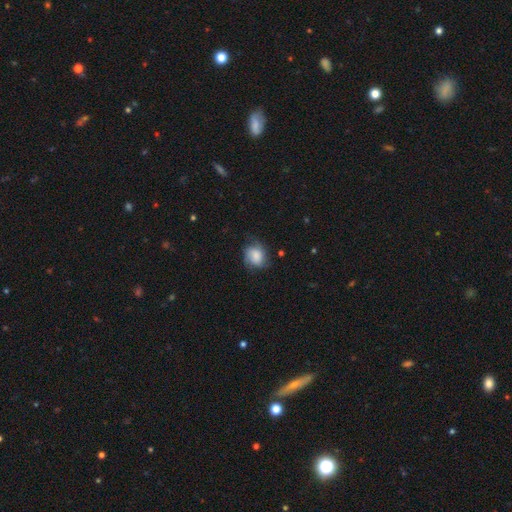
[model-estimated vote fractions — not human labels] Smooth or featured? smooth (66%)
How rounded? round (55%)
Merging? none (58%)